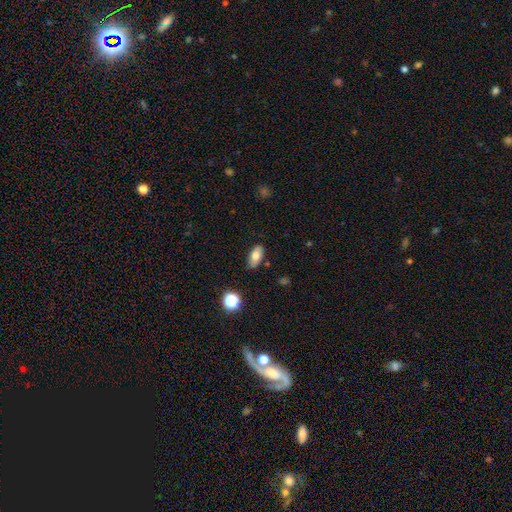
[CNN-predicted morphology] Smooth or featured?
  - smooth: 72% *
  - featured or disk: 19%
  - star or artifact: 9%
How rounded?
  - in between: 89% *
  - cigar-shaped: 6%
  - round: 5%
Merging?
  - none: 82% *
  - minor disturbance: 13%
  - major disturbance: 3%
  - merger: 2%